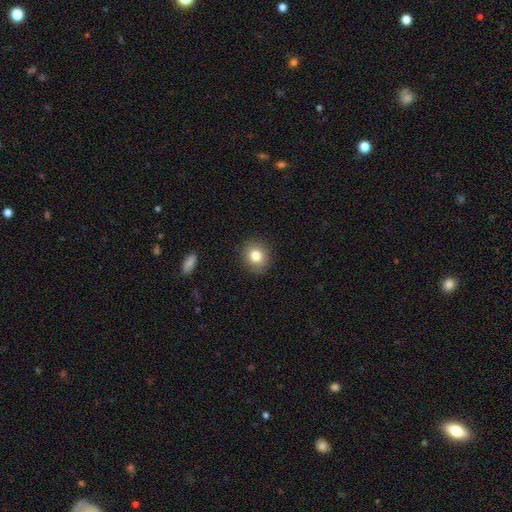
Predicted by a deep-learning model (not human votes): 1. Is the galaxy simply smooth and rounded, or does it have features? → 81% smooth, 10% star or artifact, 9% featured or disk.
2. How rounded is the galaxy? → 81% round, 18% in between, 1% cigar-shaped.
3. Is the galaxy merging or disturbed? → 90% none, 7% minor disturbance, 2% major disturbance, 1% merger.